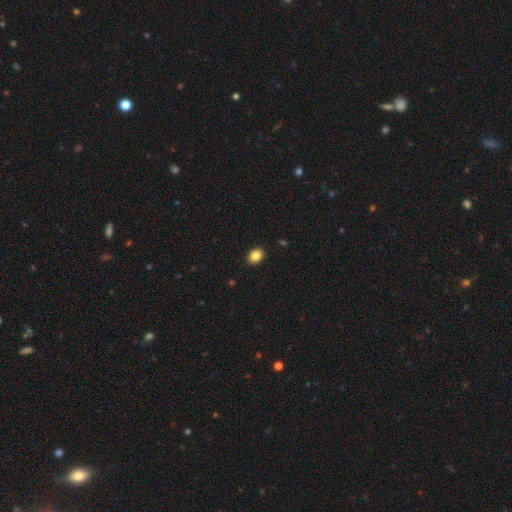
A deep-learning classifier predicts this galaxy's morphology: type=smooth (85%); roundness=in between (56%); merging=none (91%).